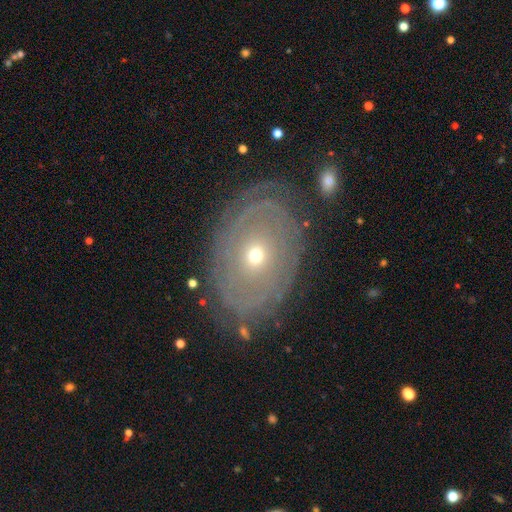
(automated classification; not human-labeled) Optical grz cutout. It shows a featured or disk galaxy (74%) with no bar (83%), tight (79%) spiral arms (73%) and a small central bulge (66%). Merging: none (77%).